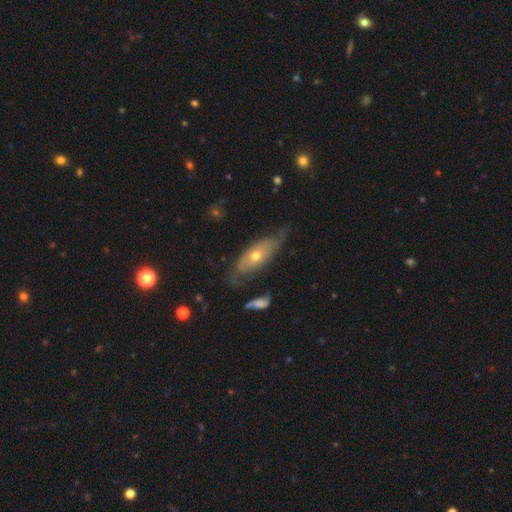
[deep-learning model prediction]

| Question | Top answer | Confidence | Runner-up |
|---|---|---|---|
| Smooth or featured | featured or disk | 56% | smooth (37%) |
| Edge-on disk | no | 70% | yes (30%) |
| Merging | none | 55% | minor disturbance (30%) |